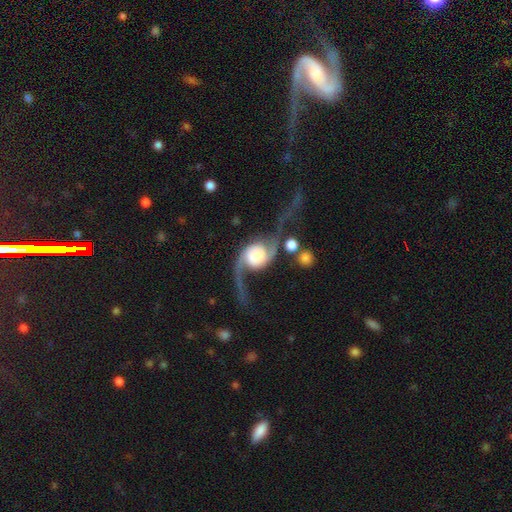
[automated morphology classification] Q: Smooth or featured?
A: featured or disk (89%); runner-up: smooth (7%)
Q: Edge-on disk?
A: no (96%); runner-up: yes (4%)
Q: Bar?
A: no (68%); runner-up: weak (24%)
Q: Spiral arms?
A: yes (97%); runner-up: no (3%)
Q: Spiral winding?
A: loose (87%); runner-up: medium (10%)
Q: Spiral arm count?
A: 2 (93%); runner-up: 1 (2%)
Q: Bulge size?
A: large (37%); runner-up: dominant (27%)
Q: Merging?
A: none (48%); runner-up: major disturbance (27%)